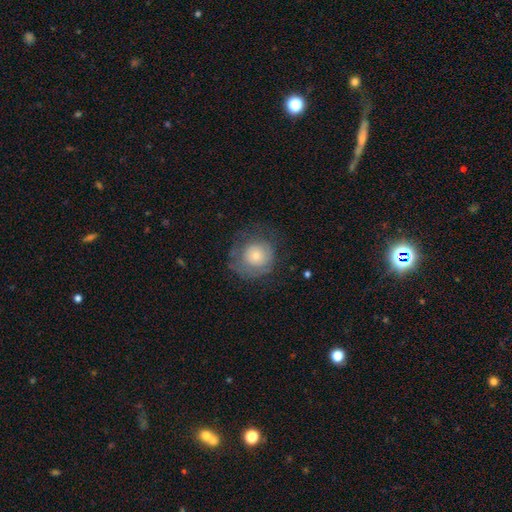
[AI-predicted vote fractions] A smooth galaxy with no disk features (56%) that is round (89%).

Vote fractions:
- Smooth or featured? smooth: 56% / featured or disk: 34% / star or artifact: 9%
- How rounded? round: 89% / in between: 10% / cigar-shaped: 1%
- Merging? none: 66% / minor disturbance: 19% / major disturbance: 14% / merger: 1%